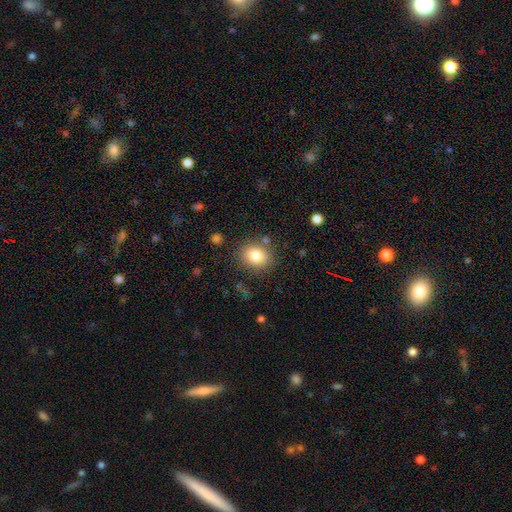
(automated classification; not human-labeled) Smooth or featured? smooth (81%)
How rounded? round (63%)
Merging? none (81%)